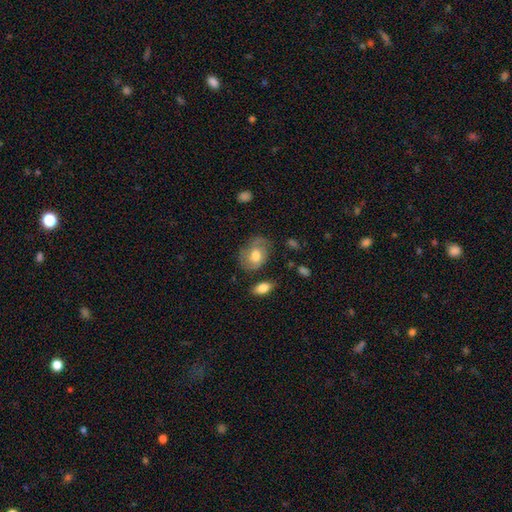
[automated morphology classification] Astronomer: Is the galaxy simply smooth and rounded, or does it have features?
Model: smooth — 51% (runner-up: featured or disk, 42%).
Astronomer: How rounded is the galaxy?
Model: in between — 66%.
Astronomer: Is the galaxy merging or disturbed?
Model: none — 61%.